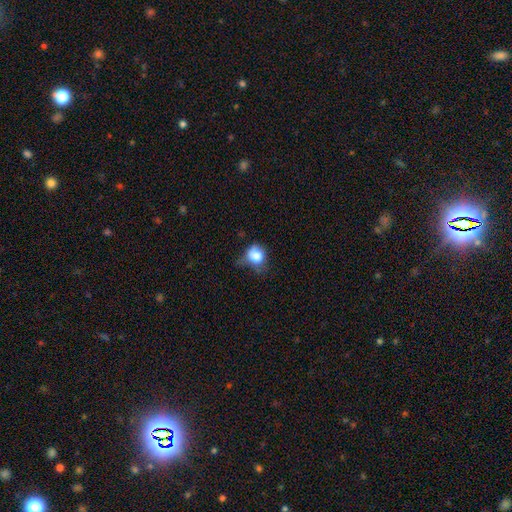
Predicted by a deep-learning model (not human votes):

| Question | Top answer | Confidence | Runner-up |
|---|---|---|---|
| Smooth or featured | smooth | 78% | featured or disk (12%) |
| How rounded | round | 60% | in between (39%) |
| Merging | minor disturbance | 39% | major disturbance (29%) |